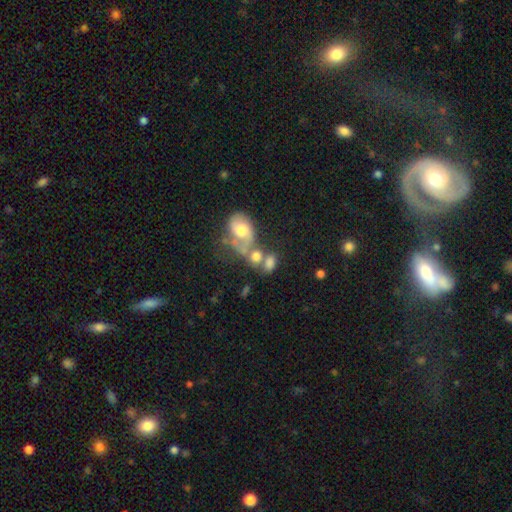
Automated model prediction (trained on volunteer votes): This appears to be a featured or disk galaxy (43%). Merging: merger (53%).